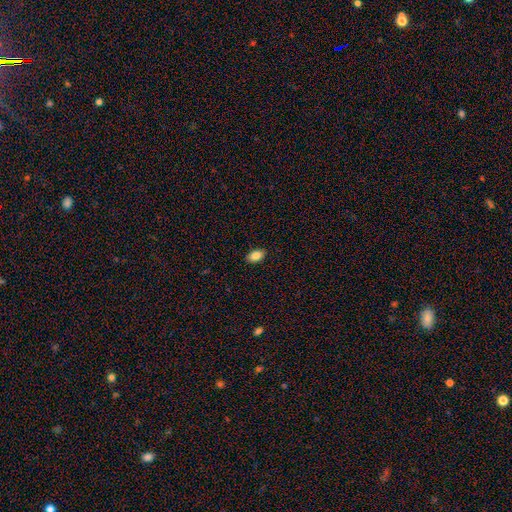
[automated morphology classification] type=smooth (86%); roundness=in between (91%); merging=none (89%).